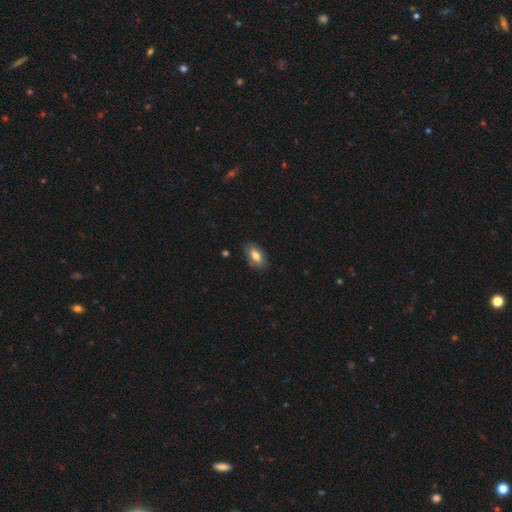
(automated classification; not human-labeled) smooth_or_featured: smooth (p=0.78) [alt: featured or disk p=0.14]
how_rounded: in between (p=0.91) [alt: round p=0.06]
merging: none (p=0.84) [alt: minor disturbance p=0.12]